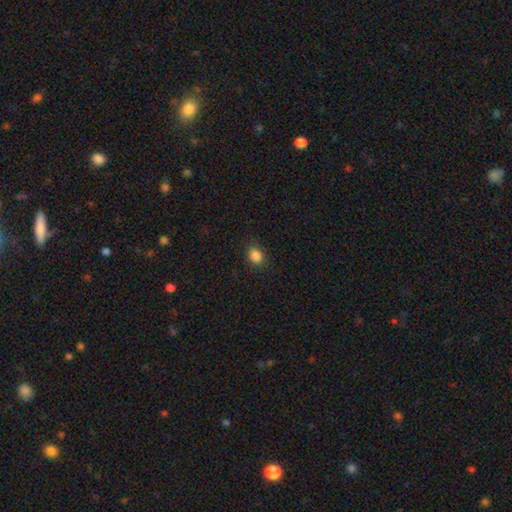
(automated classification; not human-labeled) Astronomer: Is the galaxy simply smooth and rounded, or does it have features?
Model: smooth — 86%.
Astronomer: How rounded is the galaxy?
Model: round — 53% (runner-up: in between, 46%).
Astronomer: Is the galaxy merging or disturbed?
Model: none — 87%.